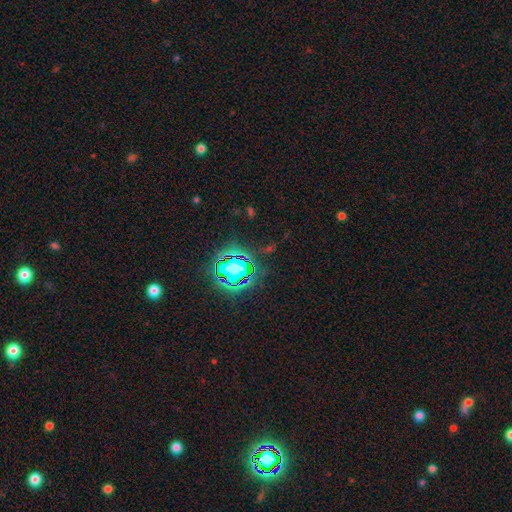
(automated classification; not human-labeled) This appears to be a star or artifact, not a galaxy (83%).